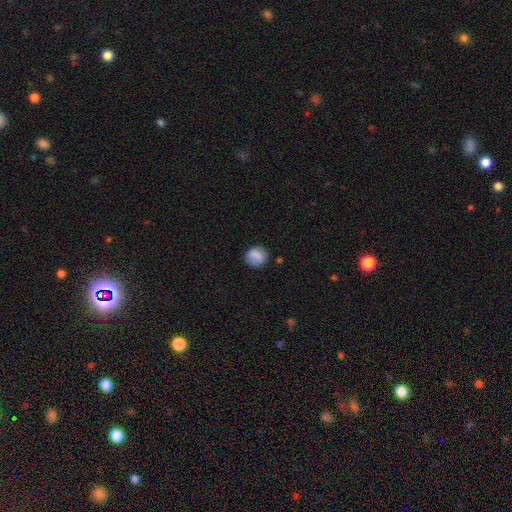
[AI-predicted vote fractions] smooth_or_featured: smooth (p=0.81) [alt: featured or disk p=0.11]
how_rounded: round (p=0.77) [alt: in between p=0.22]
merging: none (p=0.78) [alt: minor disturbance p=0.16]